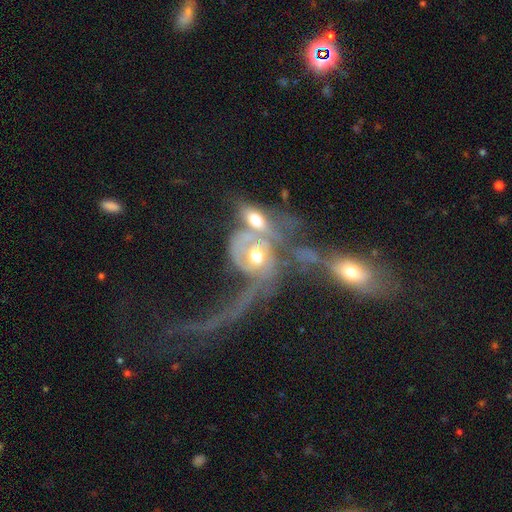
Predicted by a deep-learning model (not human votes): The model was most divided on "merging": merger: 64%, major disturbance: 22%, none: 8%, minor disturbance: 6%. More confident: edge-on disk — no (93%); spiral arms — yes (73%); smooth or featured — featured or disk (72%); bar — no (67%); bulge size — moderate (65%).